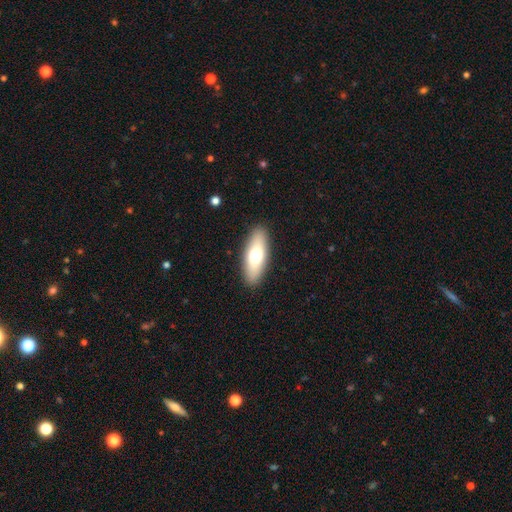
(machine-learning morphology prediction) A smooth galaxy with no disk features (67%) that is in between round and cigar-shaped (67%).

Vote fractions:
- Smooth or featured? smooth: 67% / featured or disk: 27% / star or artifact: 6%
- How rounded? in between: 67% / cigar-shaped: 30% / round: 3%
- Merging? none: 90% / minor disturbance: 7% / major disturbance: 2% / merger: 1%